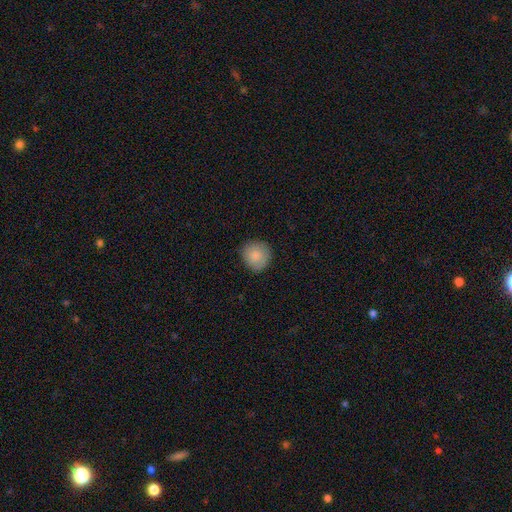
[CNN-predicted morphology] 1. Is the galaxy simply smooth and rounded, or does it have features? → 85% smooth, 8% featured or disk, 7% star or artifact.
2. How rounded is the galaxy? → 91% round, 8% in between, 1% cigar-shaped.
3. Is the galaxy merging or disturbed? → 85% none, 11% minor disturbance, 2% major disturbance, 1% merger.